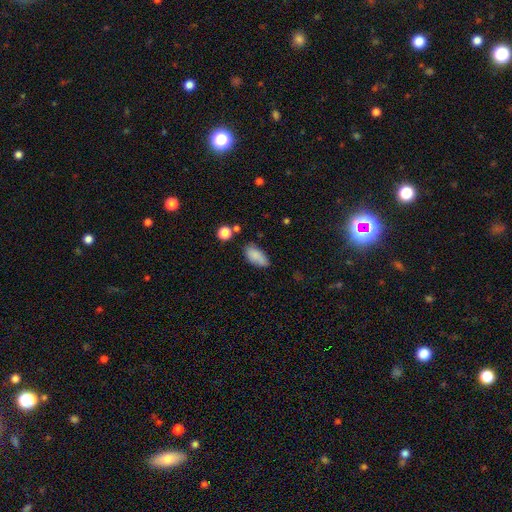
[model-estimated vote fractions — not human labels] Overall: smooth (85%). How rounded: in between (90%). Merging: none (67%).